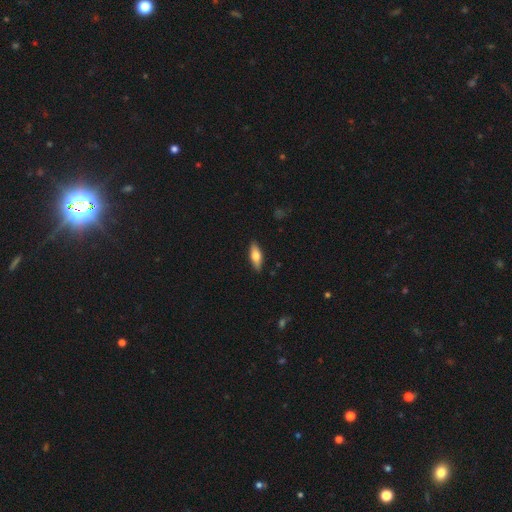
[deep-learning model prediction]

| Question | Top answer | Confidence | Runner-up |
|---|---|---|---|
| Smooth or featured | smooth | 66% | featured or disk (28%) |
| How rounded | in between | 61% | cigar-shaped (36%) |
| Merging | none | 88% | minor disturbance (9%) |